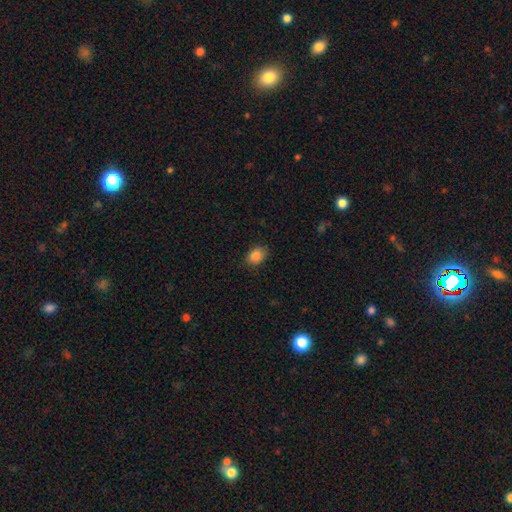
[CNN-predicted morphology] type=smooth (87%); roundness=in between (69%); merging=none (80%).